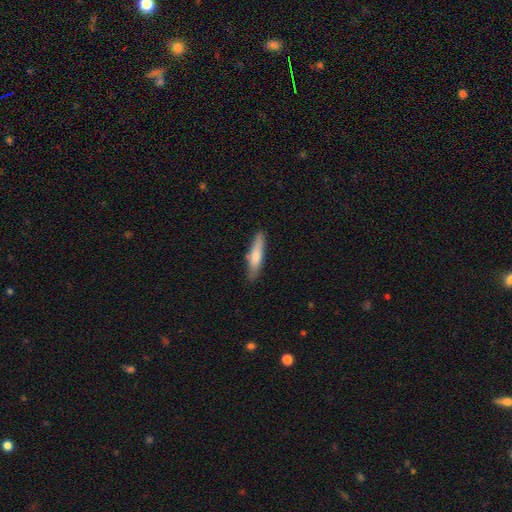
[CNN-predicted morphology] Smooth or featured: smooth — 70% (featured or disk — 24%)
How rounded: cigar-shaped — 79% (in between — 20%)
Merging: none — 81% (minor disturbance — 14%)